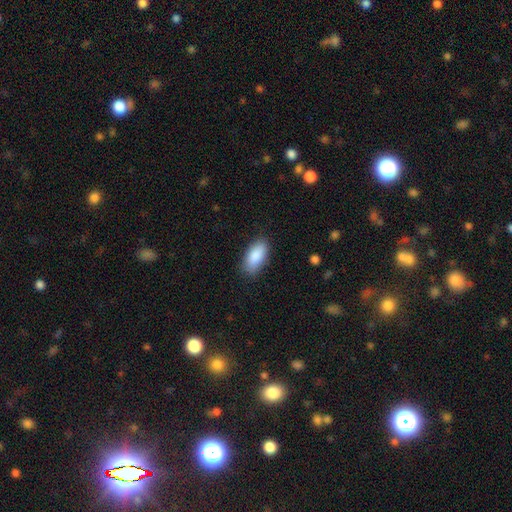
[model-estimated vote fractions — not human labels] Q: Smooth or featured?
A: smooth (88%); runner-up: featured or disk (6%)
Q: How rounded?
A: in between (90%); runner-up: cigar-shaped (7%)
Q: Merging?
A: none (85%); runner-up: minor disturbance (12%)